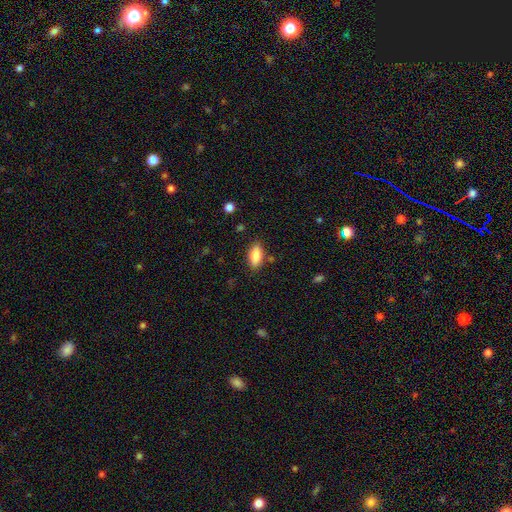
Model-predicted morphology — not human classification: Smooth or featured?
  - smooth: 85% *
  - featured or disk: 8%
  - star or artifact: 7%
How rounded?
  - in between: 86% *
  - cigar-shaped: 11%
  - round: 3%
Merging?
  - none: 83% *
  - minor disturbance: 11%
  - major disturbance: 3%
  - merger: 3%